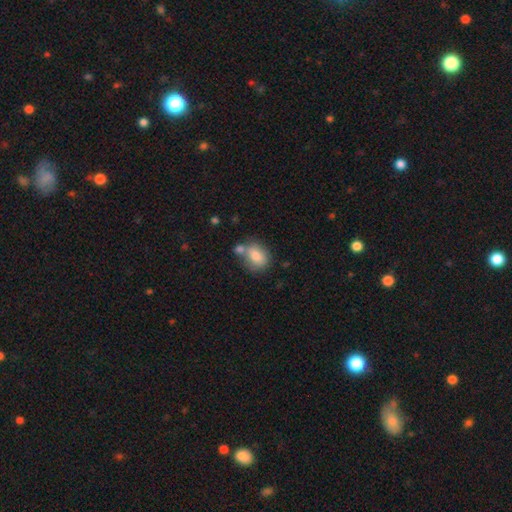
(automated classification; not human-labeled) A smooth galaxy with no disk features (79%) that is in between round and cigar-shaped (58%).

Vote fractions:
- Smooth or featured? smooth: 79% / featured or disk: 13% / star or artifact: 8%
- How rounded? in between: 58% / round: 41% / cigar-shaped: 1%
- Merging? none: 52% / merger: 26% / minor disturbance: 17% / major disturbance: 5%